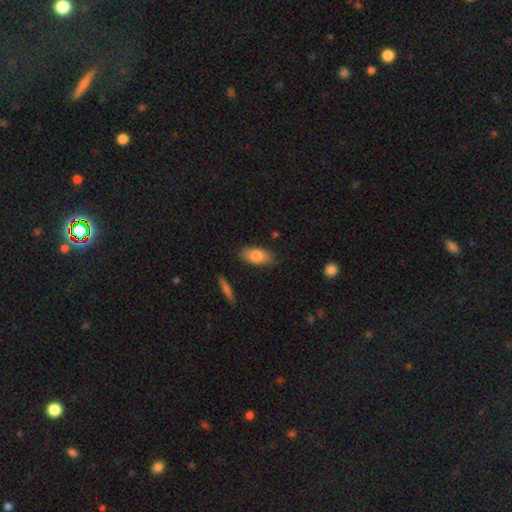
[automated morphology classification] This is likely a smooth galaxy (75%). How rounded: clearly in between (88%). Merging: clearly none (84%).